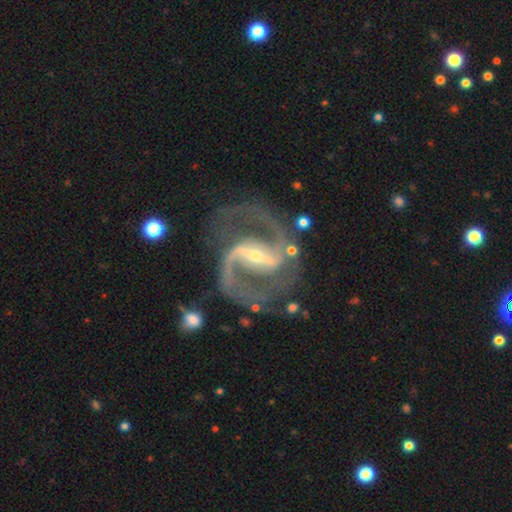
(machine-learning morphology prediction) Smooth or featured? featured or disk (93%)
Edge-on disk? no (97%)
Bar? strong (74%)
Spiral arms? yes (98%)
Spiral winding? medium (64%)
Spiral arm count? 2 (94%)
Bulge size? small (61%)
Merging? none (74%)